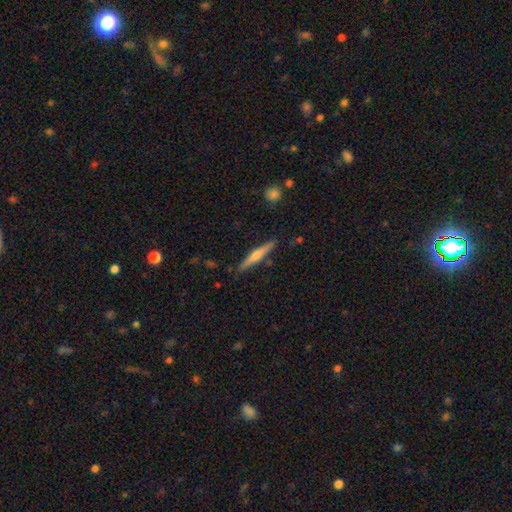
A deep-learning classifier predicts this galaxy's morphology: Smooth or featured? Predicted: featured or disk (p=0.68). Edge-on disk? Predicted: yes (p=0.98). Edge-on bulge? Predicted: rounded (p=0.81). Merging? Predicted: none (p=0.89).